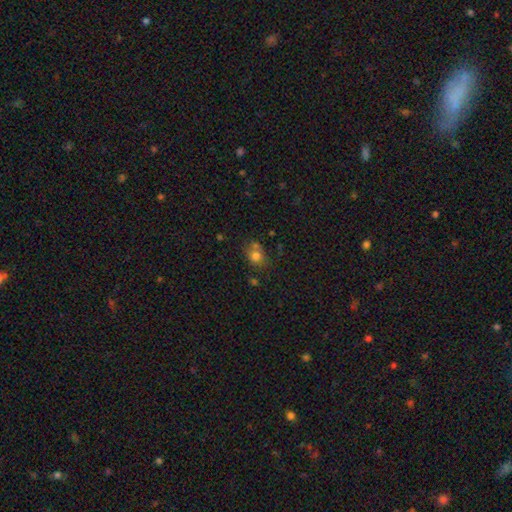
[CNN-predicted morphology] This is likely a smooth galaxy (76%). How rounded: likely round (61%). Merging: possibly none (53%).